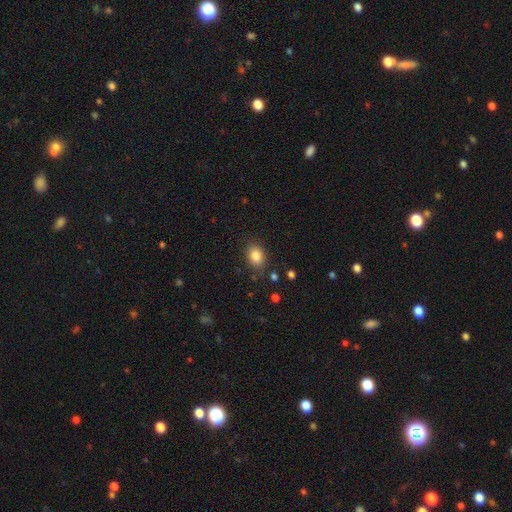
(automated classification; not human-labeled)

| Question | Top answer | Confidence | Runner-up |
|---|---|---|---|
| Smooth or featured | smooth | 84% | star or artifact (10%) |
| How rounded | in between | 70% | round (29%) |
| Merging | none | 82% | minor disturbance (13%) |